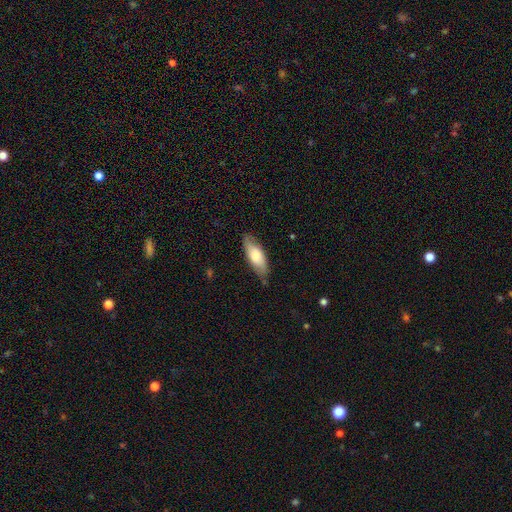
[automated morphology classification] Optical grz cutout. It shows a smooth galaxy with no disk features (71%) that is in between round and cigar-shaped (70%). Merging: none (79%).